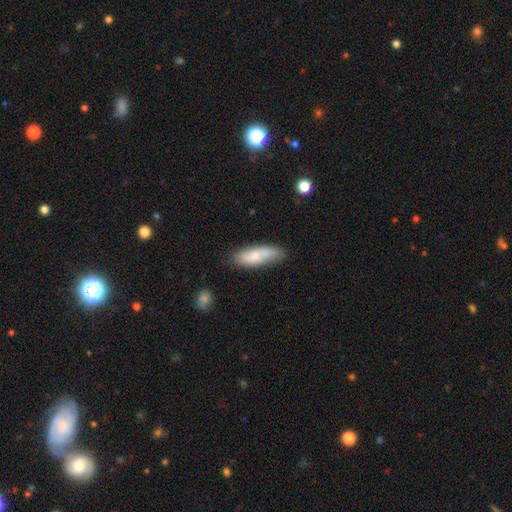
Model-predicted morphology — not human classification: smooth-or-featured: smooth: 67% | featured or disk: 26% | star or artifact: 7%
  how-rounded: in between: 64% | cigar-shaped: 34% | round: 2%
  merging: none: 67% | minor disturbance: 21% | merger: 7% | major disturbance: 5%